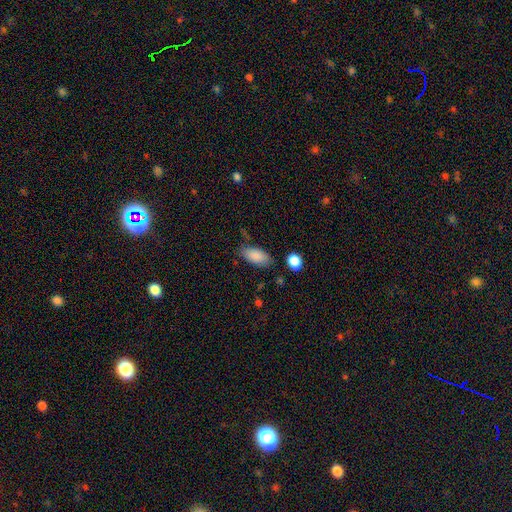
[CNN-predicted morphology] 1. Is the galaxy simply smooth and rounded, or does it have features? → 87% smooth, 7% star or artifact, 6% featured or disk.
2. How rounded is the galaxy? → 91% in between, 6% cigar-shaped, 3% round.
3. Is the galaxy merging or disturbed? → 73% none, 19% minor disturbance, 5% major disturbance, 4% merger.